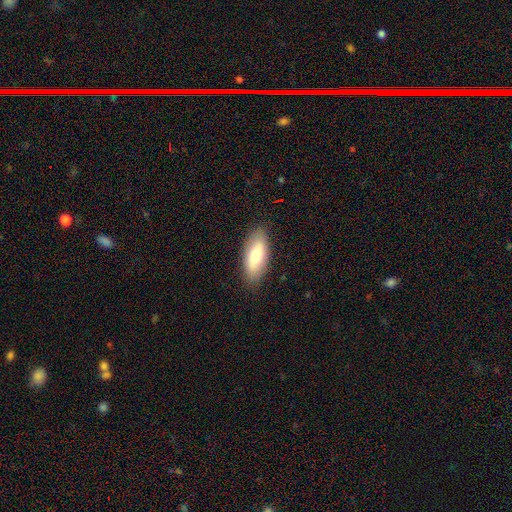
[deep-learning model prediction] Smooth or featured? smooth (71%)
How rounded? in between (83%)
Merging? none (86%)